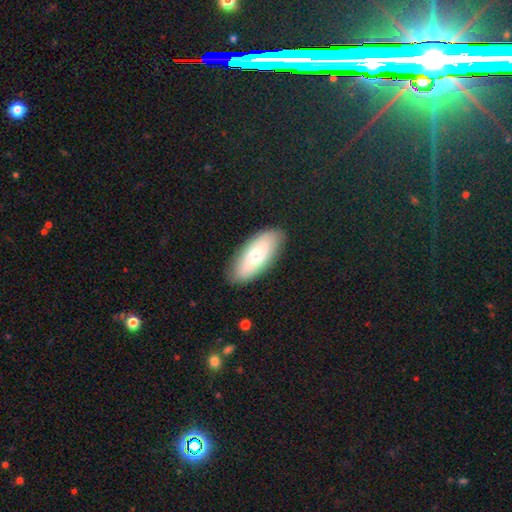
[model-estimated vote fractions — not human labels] Overall: smooth (60%; featured or disk 35%). How rounded: in between (84%). Merging: none (86%).